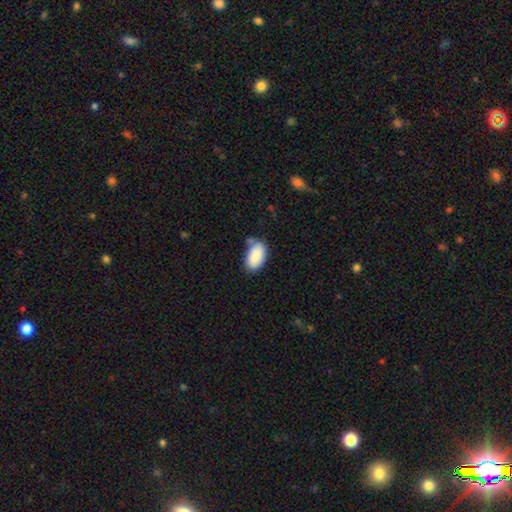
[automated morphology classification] The model was most divided on "merging": none: 56%, minor disturbance: 27%, merger: 10%, major disturbance: 7%. More confident: how rounded — in between (94%); smooth or featured — smooth (87%).